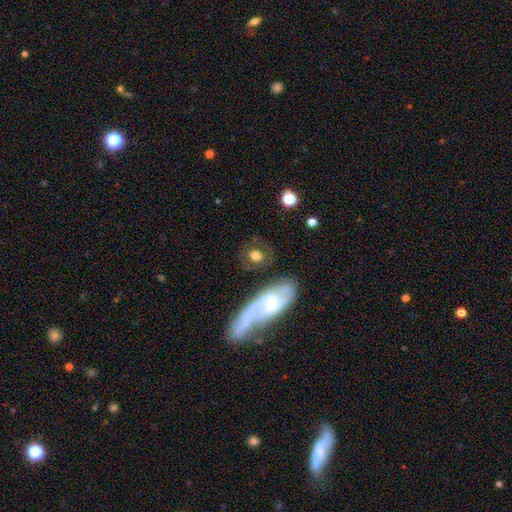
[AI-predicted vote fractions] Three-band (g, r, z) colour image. It shows a smooth galaxy with no disk features (61%) that is round (55%). Merging: none (69%).